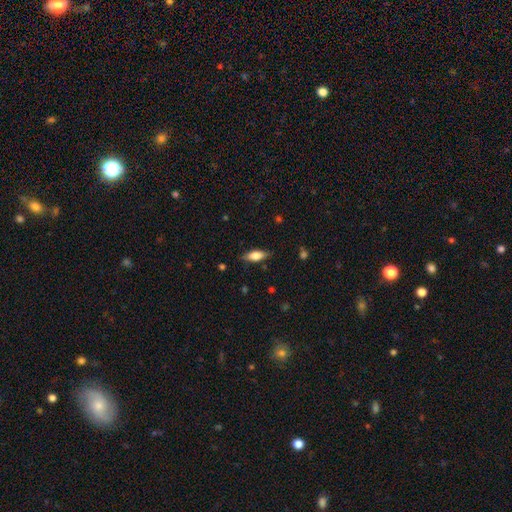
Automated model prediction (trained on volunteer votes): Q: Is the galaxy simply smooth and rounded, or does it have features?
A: smooth — 70%.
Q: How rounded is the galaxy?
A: in between — 71%.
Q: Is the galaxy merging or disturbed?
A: none — 82%.